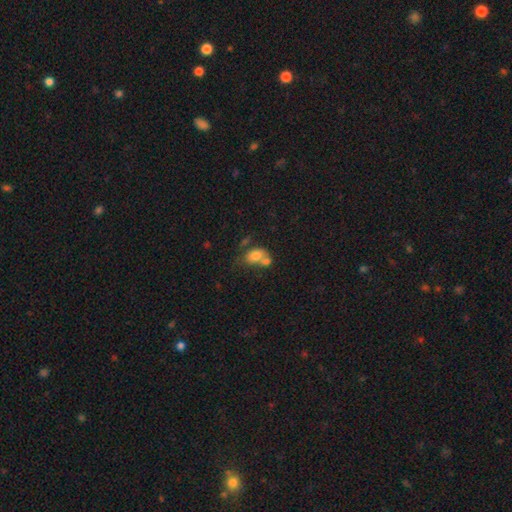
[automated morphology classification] Smooth or featured? Predicted: smooth (p=0.74). How rounded? Predicted: in between (p=0.77). Merging? Predicted: merger (p=0.51).